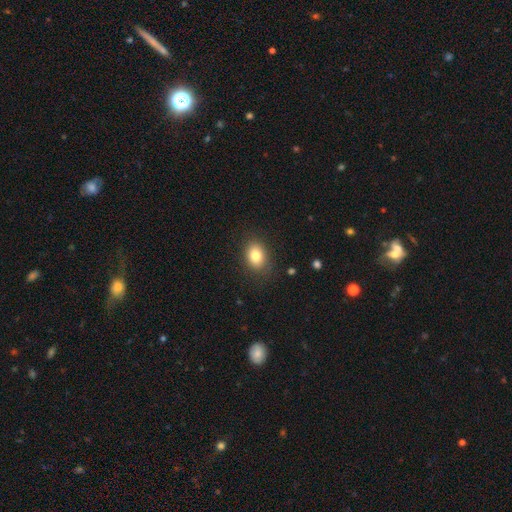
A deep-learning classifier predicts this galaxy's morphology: This appears to be a smooth galaxy with no disk features (82%) that is in between round and cigar-shaped (71%). Merging: none (84%).